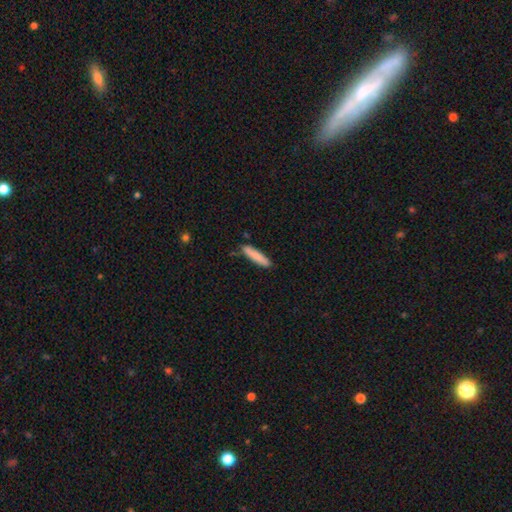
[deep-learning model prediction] smooth 83%, featured or disk 11%, star or artifact 6%. Down the decision tree: how rounded — cigar-shaped (87%); merging — none (80%).